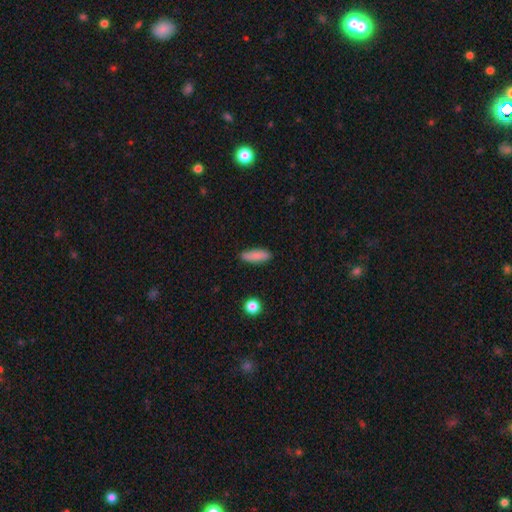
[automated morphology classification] Q: Smooth or featured?
A: smooth (86%); runner-up: featured or disk (7%)
Q: How rounded?
A: in between (57%); runner-up: cigar-shaped (40%)
Q: Merging?
A: none (87%); runner-up: minor disturbance (10%)